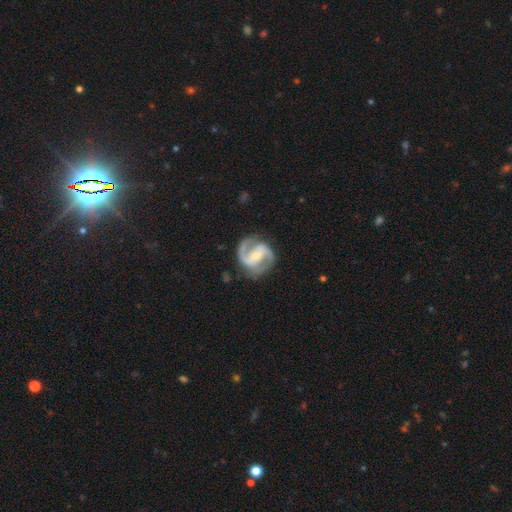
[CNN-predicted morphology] Smooth or featured: featured or disk — 90% (smooth — 6%)
Edge-on disk: no — 98% (yes — 2%)
Bar: strong — 41% (weak — 37%)
Spiral arms: yes — 97% (no — 3%)
Spiral winding: medium — 58% (tight — 26%)
Spiral arm count: 2 — 91% (can't tell — 2%)
Bulge size: small — 52% (moderate — 44%)
Merging: none — 79% (minor disturbance — 14%)